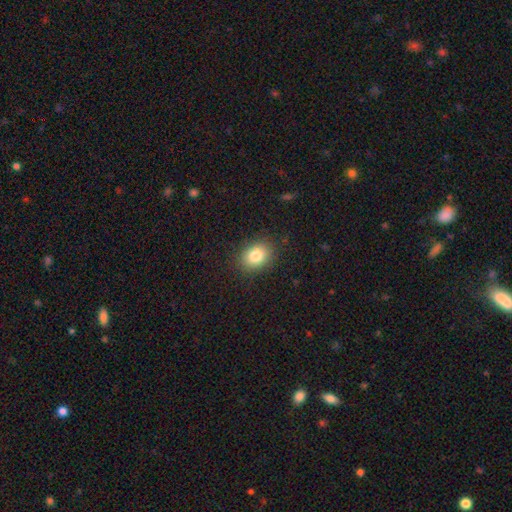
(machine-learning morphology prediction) A smooth galaxy with no disk features (83%) that is in between round and cigar-shaped (56%).

Vote fractions:
- Smooth or featured? smooth: 83% / star or artifact: 10% / featured or disk: 8%
- How rounded? in between: 56% / round: 43% / cigar-shaped: 1%
- Merging? none: 87% / minor disturbance: 9% / major disturbance: 3% / merger: 1%